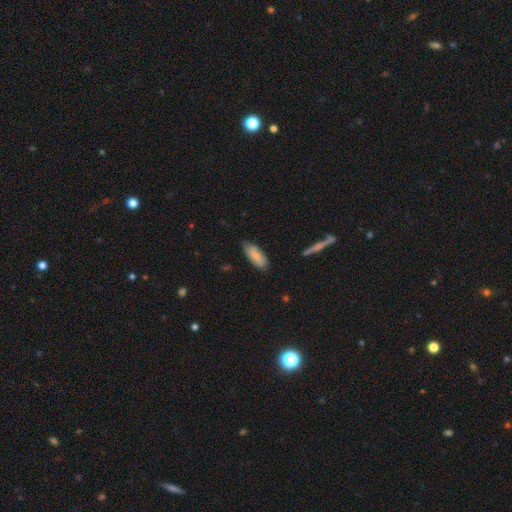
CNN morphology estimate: smooth-or-featured: smooth: 71% | featured or disk: 23% | star or artifact: 6%
  how-rounded: in between: 82% | cigar-shaped: 16% | round: 2%
  merging: none: 68% | minor disturbance: 26% | major disturbance: 4% | merger: 2%